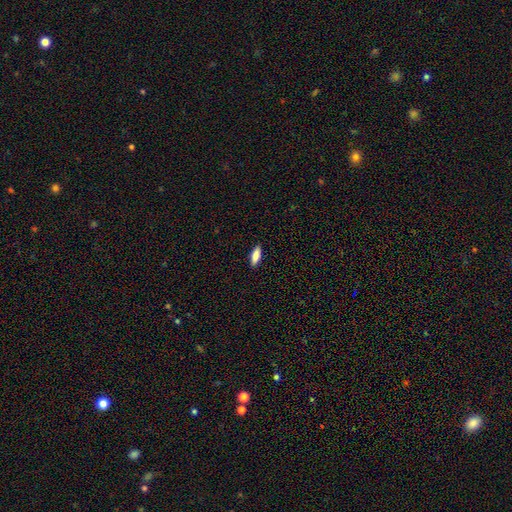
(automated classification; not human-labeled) smooth_or_featured: smooth (p=0.83) [alt: featured or disk p=0.11]
how_rounded: in between (p=0.62) [alt: cigar-shaped p=0.36]
merging: none (p=0.89) [alt: minor disturbance p=0.08]